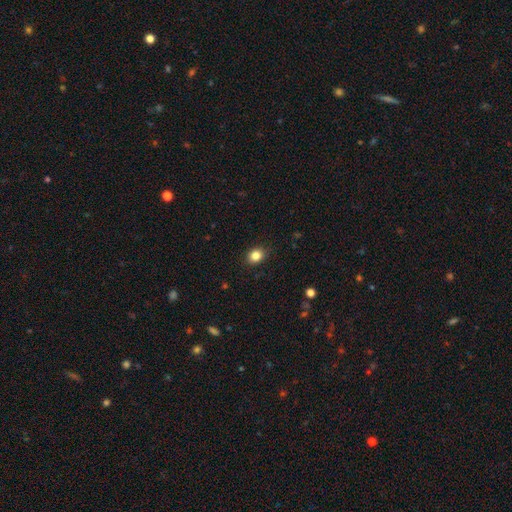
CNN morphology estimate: This appears to be a smooth galaxy with no disk features (85%) that is round (51%). Merging: none (87%).